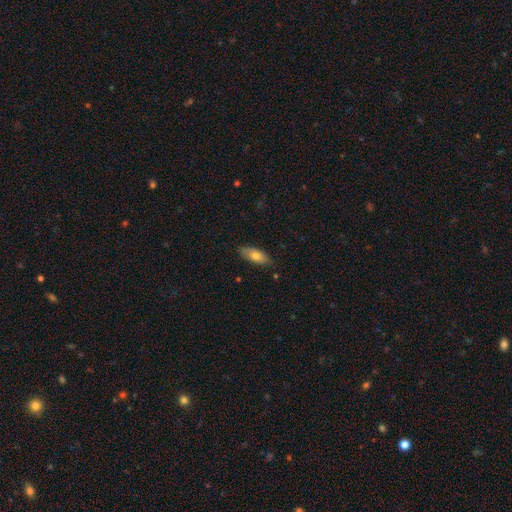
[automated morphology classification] This appears to be a smooth galaxy with no disk features (71%) that is in between round and cigar-shaped (78%). Merging: none (81%).